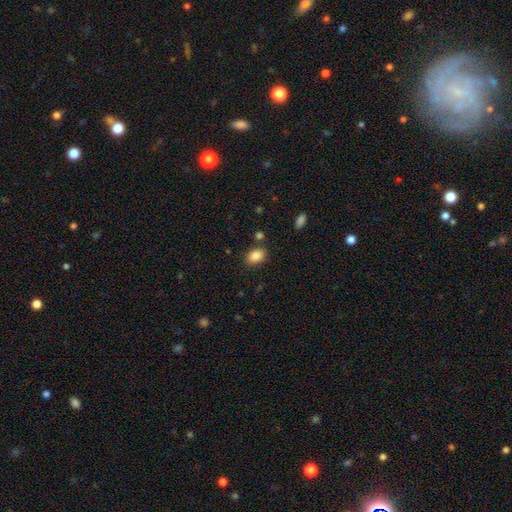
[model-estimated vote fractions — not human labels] smooth 87%, star or artifact 8%, featured or disk 5%. Down the decision tree: how rounded — in between (81%); merging — none (80%).